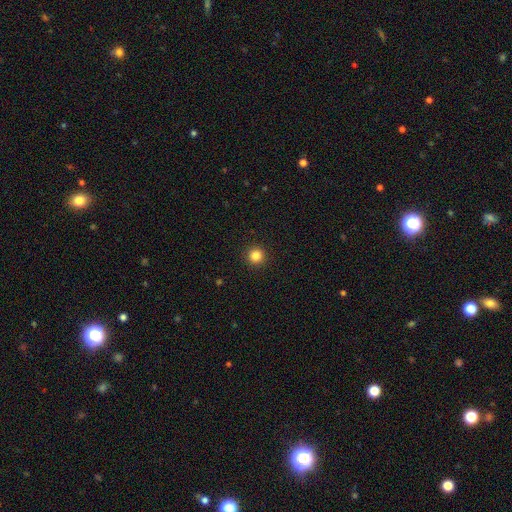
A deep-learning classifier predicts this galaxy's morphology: smooth-or-featured: smooth: 85% | star or artifact: 12% | featured or disk: 4%
  how-rounded: round: 96% | in between: 3% | cigar-shaped: 1%
  merging: none: 93% | minor disturbance: 4% | major disturbance: 2% | merger: 1%